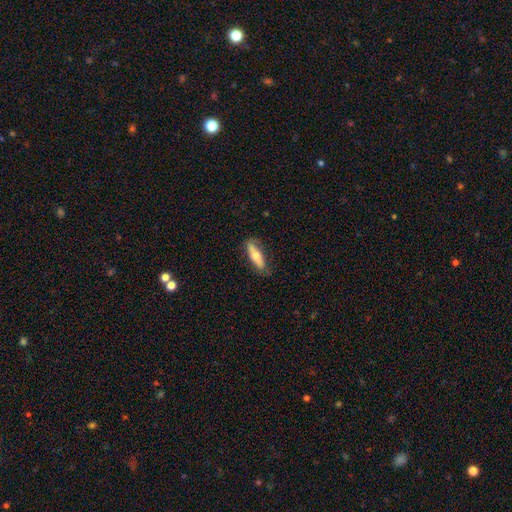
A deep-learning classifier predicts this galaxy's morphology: Smooth or featured: smooth — 58% (featured or disk — 36%)
How rounded: cigar-shaped — 51% (in between — 46%)
Merging: none — 76% (minor disturbance — 18%)